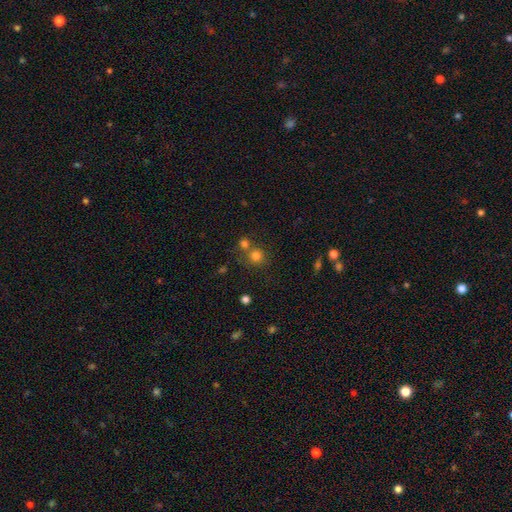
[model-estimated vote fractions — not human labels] smooth 77%, star or artifact 16%, featured or disk 7%. Down the decision tree: how rounded — round (90%); merging — none (60%).